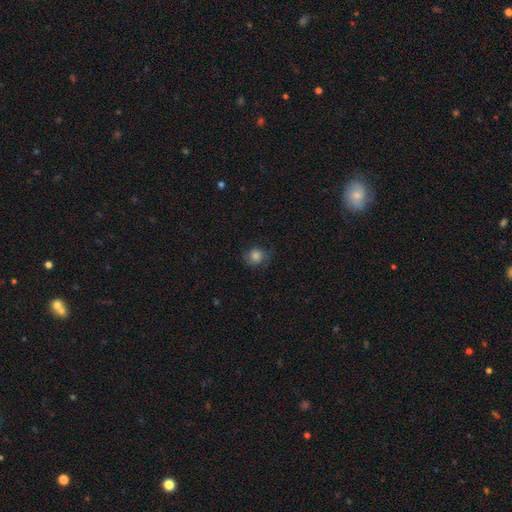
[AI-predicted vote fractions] smooth 77%, featured or disk 12%, star or artifact 11%. Down the decision tree: how rounded — round (77%); merging — none (70%).